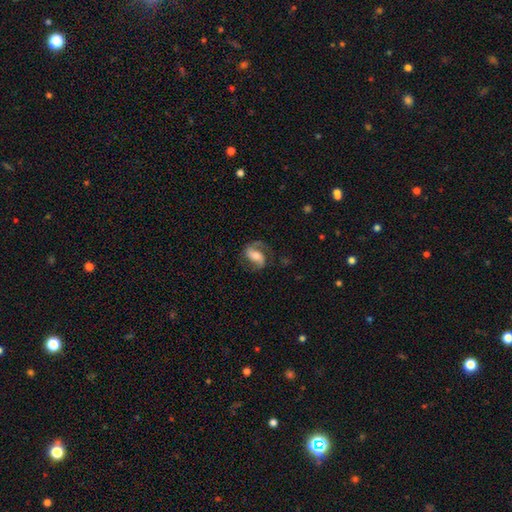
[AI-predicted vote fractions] Overall: featured or disk (77%). Edge-on disk: no (97%). Bar: weak (37%; strong 32%). Spiral arms: yes (94%). Spiral arm count: 2 (87%). Spiral winding: medium (48%; loose 37%). Bulge size: moderate (57%; small 28%). Merging: none (69%).